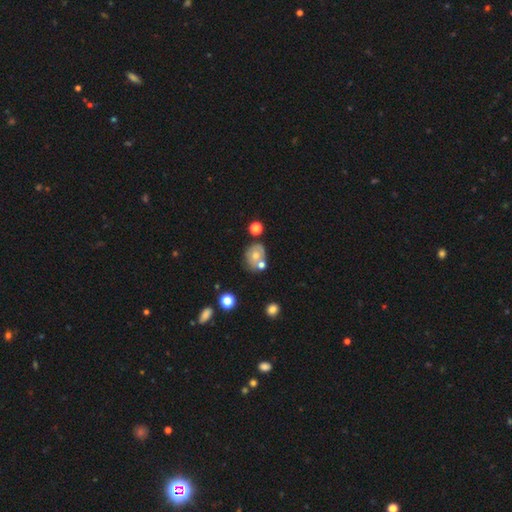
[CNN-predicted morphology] Smooth or featured?
  - smooth: 54% *
  - featured or disk: 35%
  - star or artifact: 11%
How rounded?
  - round: 52% *
  - in between: 47%
  - cigar-shaped: 1%
Merging?
  - none: 50% *
  - merger: 25%
  - minor disturbance: 19%
  - major disturbance: 7%